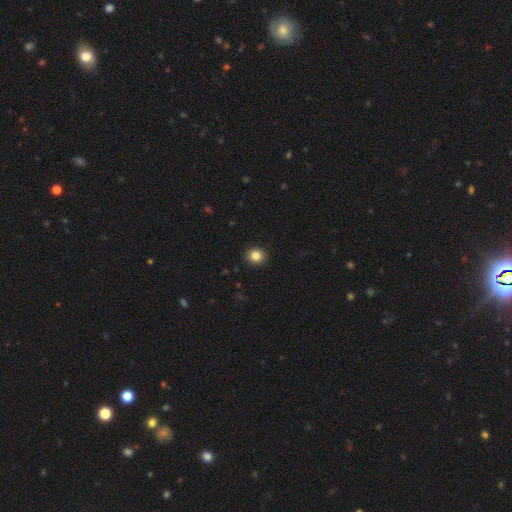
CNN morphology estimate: Overall: smooth (85%). How rounded: round (85%). Merging: none (92%).